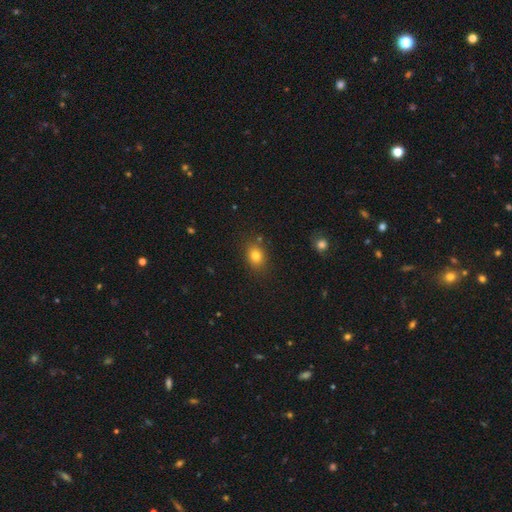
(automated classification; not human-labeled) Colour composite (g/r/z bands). It shows a smooth galaxy with no disk features (79%) that is in between round and cigar-shaped (53%). Merging: none (83%).